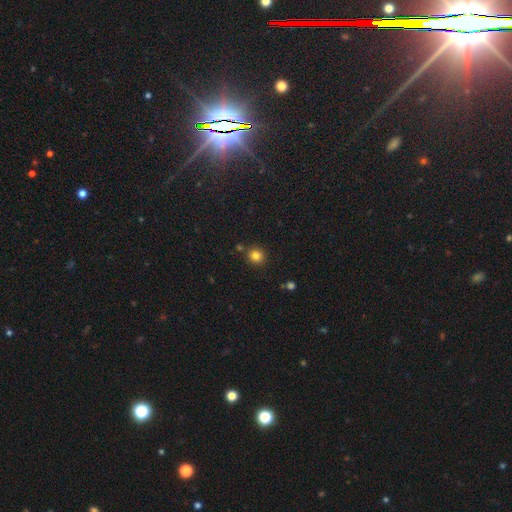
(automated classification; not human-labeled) A smooth galaxy with no disk features (82%) that is round (89%). Merging: none (84%).